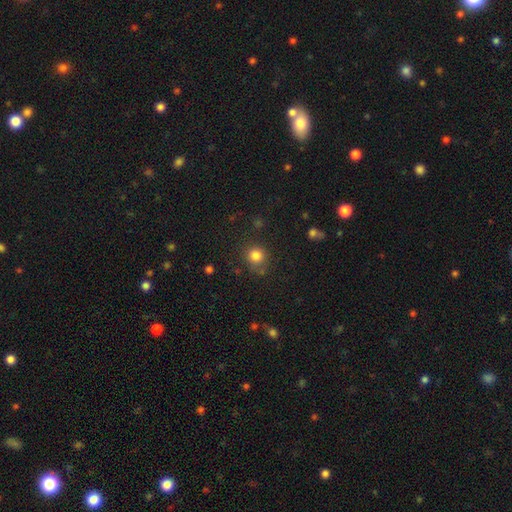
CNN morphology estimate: Smooth or featured: smooth — 82% (star or artifact — 13%)
How rounded: round — 86% (in between — 13%)
Merging: none — 75% (minor disturbance — 16%)